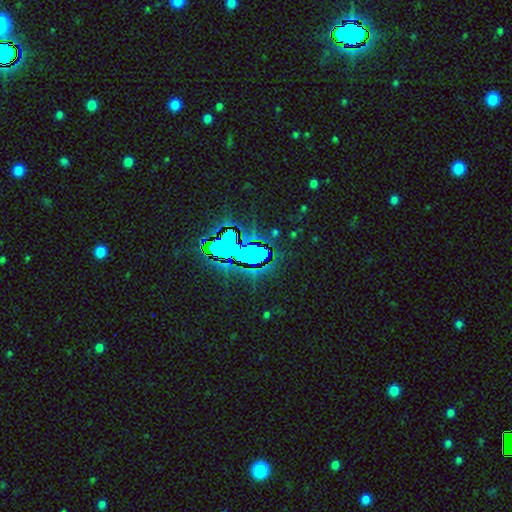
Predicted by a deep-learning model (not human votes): smooth-or-featured: star or artifact: 77% | smooth: 12% | featured or disk: 11%